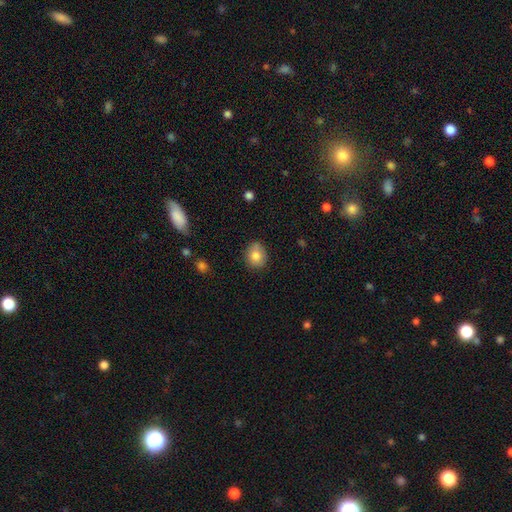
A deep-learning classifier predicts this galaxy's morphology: This appears to be a smooth galaxy with no disk features (81%) that is round (61%). Merging: none (77%).